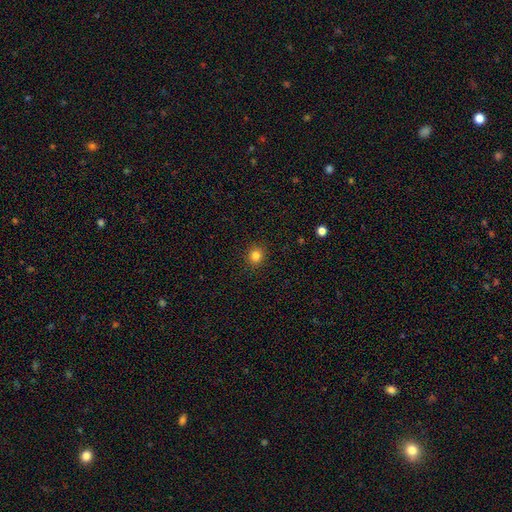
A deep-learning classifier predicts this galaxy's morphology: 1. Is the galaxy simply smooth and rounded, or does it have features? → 83% smooth, 13% star or artifact, 4% featured or disk.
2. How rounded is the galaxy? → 86% round, 13% in between, 1% cigar-shaped.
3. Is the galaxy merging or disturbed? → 91% none, 6% minor disturbance, 2% major disturbance, 1% merger.